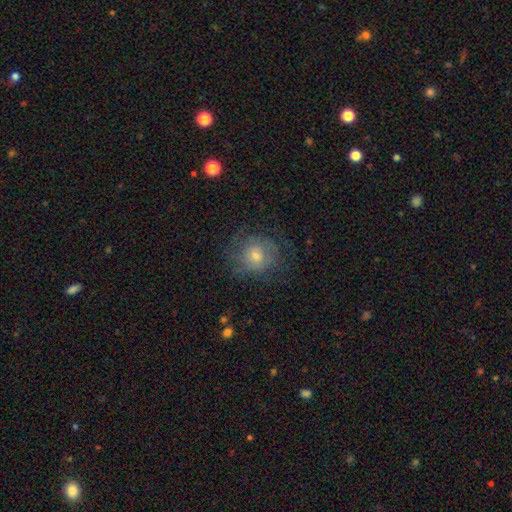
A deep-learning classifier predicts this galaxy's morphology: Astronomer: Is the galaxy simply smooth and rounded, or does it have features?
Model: smooth — 48% (runner-up: featured or disk, 40%).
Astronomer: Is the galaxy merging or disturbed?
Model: none — 68%.